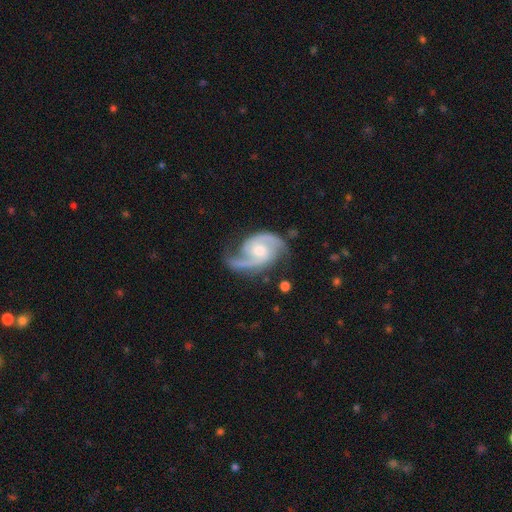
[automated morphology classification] smooth_or_featured: featured or disk (p=0.91) [alt: star or artifact p=0.05]
disk_edge_on: no (p=0.98) [alt: yes p=0.02]
bar: no (p=0.52) [alt: weak p=0.37]
has_spiral_arms: yes (p=0.98) [alt: no p=0.02]
spiral_winding: medium (p=0.55) [alt: tight p=0.24]
spiral_arm_count: 2 (p=0.90) [alt: 3 p=0.03]
bulge_size: moderate (p=0.56) [alt: small p=0.36]
merging: none (p=0.72) [alt: minor disturbance p=0.18]